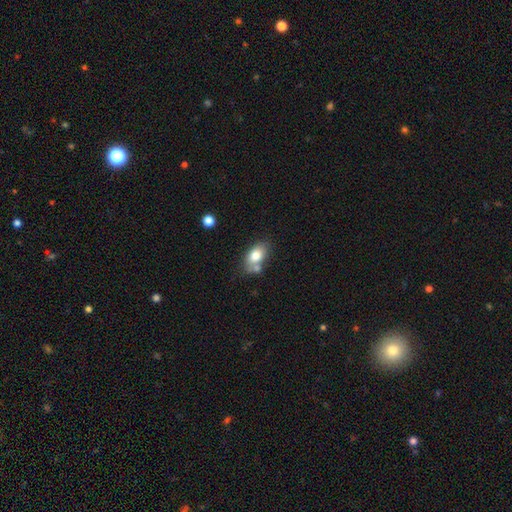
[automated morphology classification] type=smooth (77%); roundness=in between (86%); merging=none (56%).